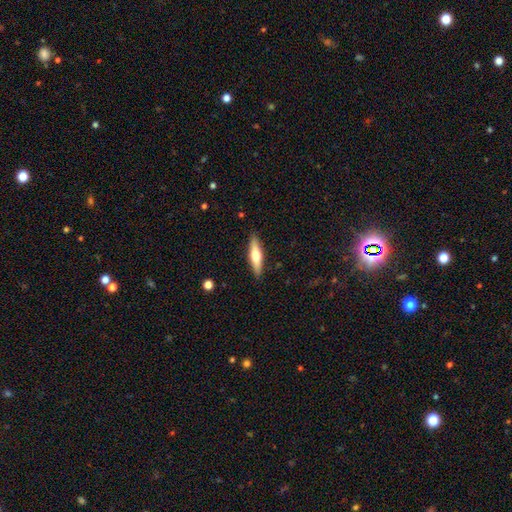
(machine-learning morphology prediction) Smooth or featured? Predicted: smooth (p=0.54). How rounded? Predicted: cigar-shaped (p=0.72). Merging? Predicted: none (p=0.89).